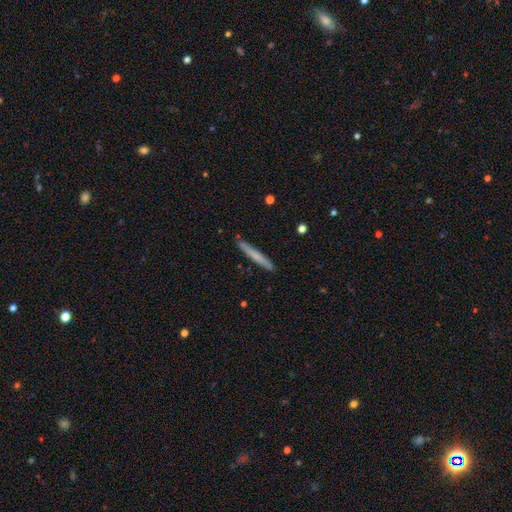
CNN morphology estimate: Smooth or featured? Predicted: smooth (p=0.64). How rounded? Predicted: cigar-shaped (p=0.96). Merging? Predicted: none (p=0.88).